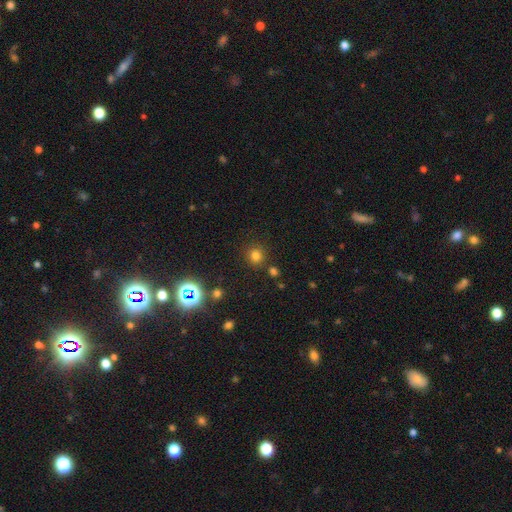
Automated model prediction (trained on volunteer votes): smooth-or-featured: smooth: 75% | star or artifact: 19% | featured or disk: 6%
  how-rounded: round: 89% | in between: 10% | cigar-shaped: 1%
  merging: none: 84% | minor disturbance: 8% | merger: 6% | major disturbance: 3%